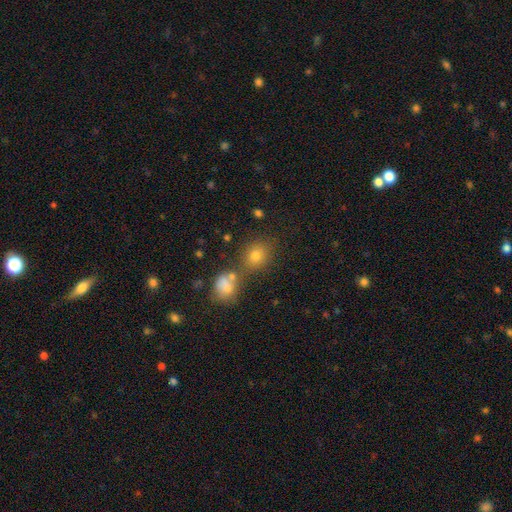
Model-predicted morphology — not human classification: smooth 76%, star or artifact 15%, featured or disk 9%. Down the decision tree: how rounded — round (61%); merging — none (61%).